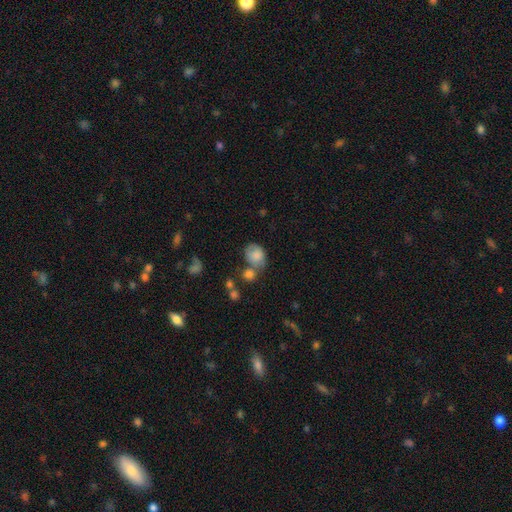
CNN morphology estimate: This appears to be a smooth galaxy with no disk features (79%) that is round (52%). Merging: none (40%).